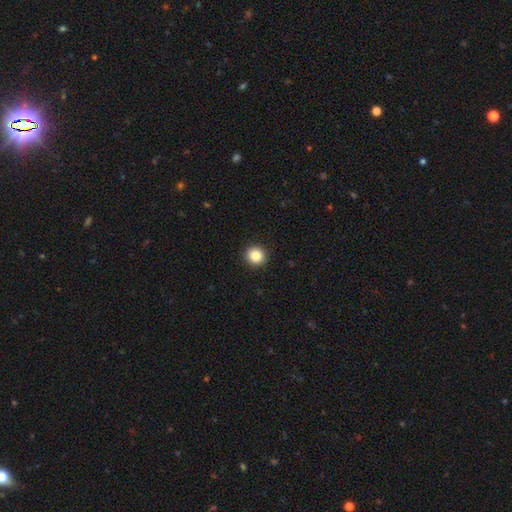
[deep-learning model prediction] smooth_or_featured: smooth (p=0.86) [alt: star or artifact p=0.10]
how_rounded: round (p=0.90) [alt: in between p=0.09]
merging: none (p=0.92) [alt: minor disturbance p=0.05]